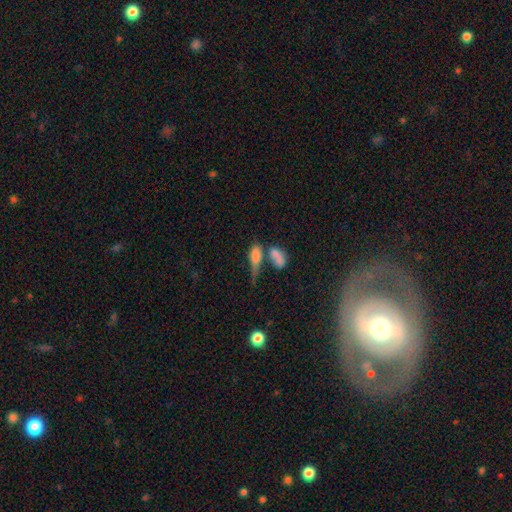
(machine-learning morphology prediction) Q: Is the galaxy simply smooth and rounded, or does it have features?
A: smooth — 71%.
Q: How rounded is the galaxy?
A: in between — 69%.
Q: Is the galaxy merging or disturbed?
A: merger — 56%.